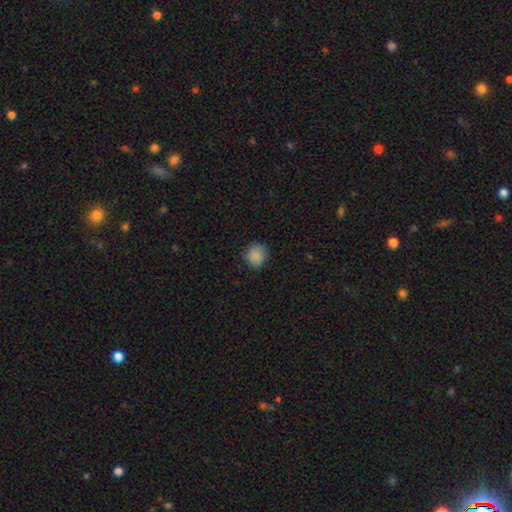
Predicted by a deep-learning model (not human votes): Smooth or featured?
  - smooth: 86% *
  - star or artifact: 10%
  - featured or disk: 4%
How rounded?
  - round: 82% *
  - in between: 17%
  - cigar-shaped: 1%
Merging?
  - none: 82% *
  - minor disturbance: 14%
  - major disturbance: 3%
  - merger: 1%